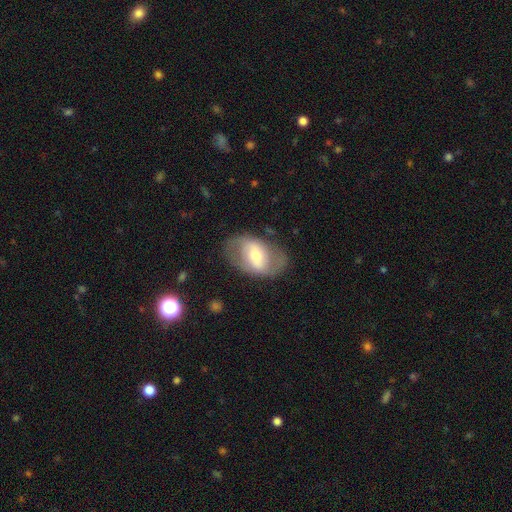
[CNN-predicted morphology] featured or disk 61%, smooth 33%, star or artifact 6%. Down the decision tree: edge-on disk — no (93%); bar — weak (39%); spiral arms — yes (58%); bulge size — moderate (58%); merging — none (71%).